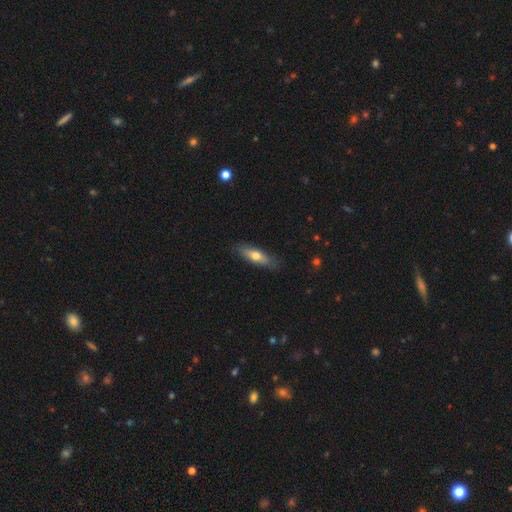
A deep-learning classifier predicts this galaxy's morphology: smooth_or_featured: smooth (p=0.62) [alt: featured or disk p=0.32]
how_rounded: cigar-shaped (p=0.57) [alt: in between p=0.40]
merging: none (p=0.84) [alt: minor disturbance p=0.13]